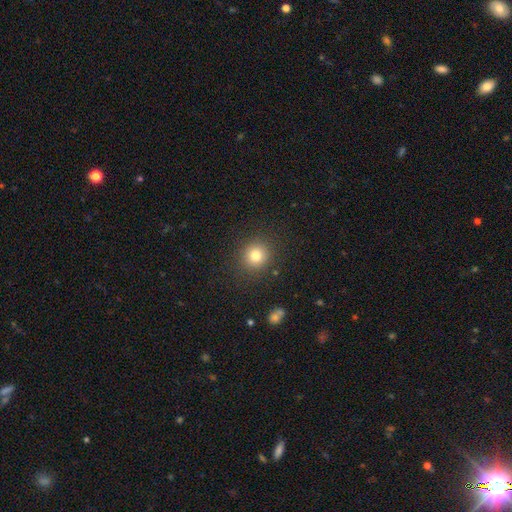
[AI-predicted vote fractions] Overall: smooth (80%). How rounded: round (88%). Merging: none (88%).